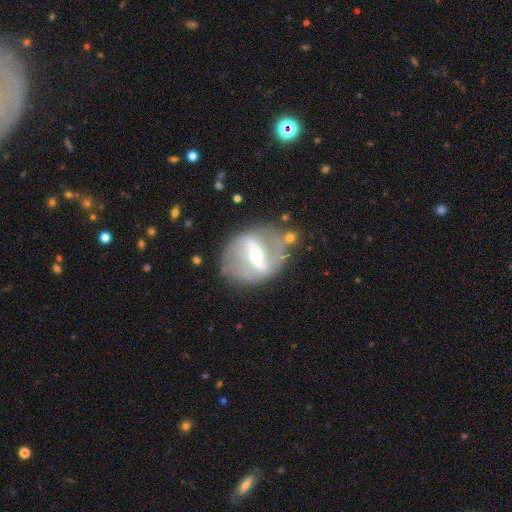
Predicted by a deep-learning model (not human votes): A featured or disk galaxy (83%) with a strong bar (62%), 2 (87%) loose (50%) spiral arms (78%) and a small central bulge (54%). Merging: none (74%).